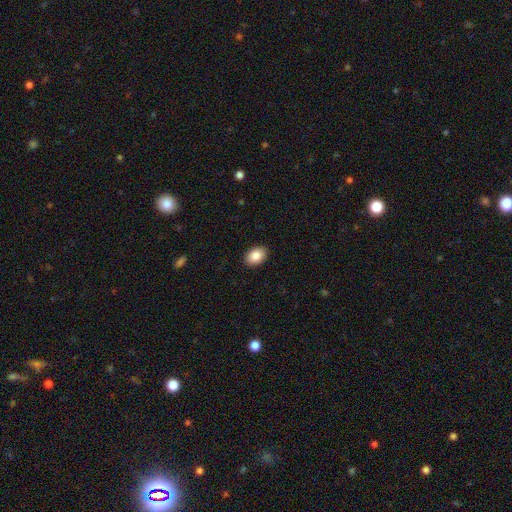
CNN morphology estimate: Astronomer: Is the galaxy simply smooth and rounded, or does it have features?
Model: smooth — 86%.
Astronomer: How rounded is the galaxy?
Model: in between — 80%.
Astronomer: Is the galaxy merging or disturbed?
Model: none — 90%.